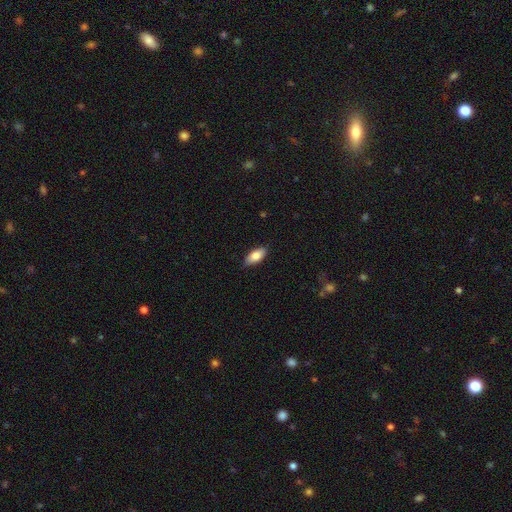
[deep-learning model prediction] Smooth or featured? Predicted: smooth (p=0.81). How rounded? Predicted: in between (p=0.88). Merging? Predicted: none (p=0.87).